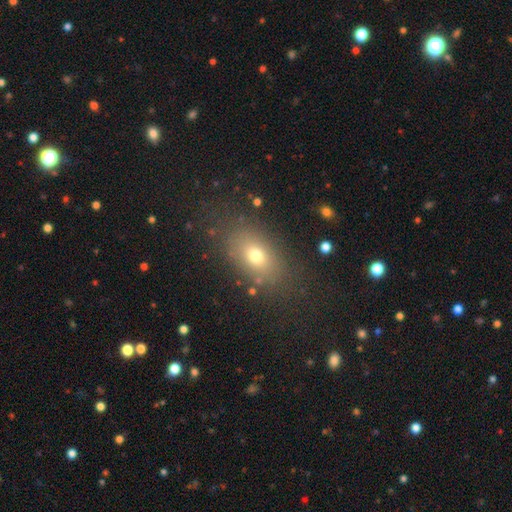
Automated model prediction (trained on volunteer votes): The model was most divided on "smooth or featured": smooth: 71%, featured or disk: 15%, star or artifact: 15%. More confident: merging — none (80%); how rounded — in between (79%).